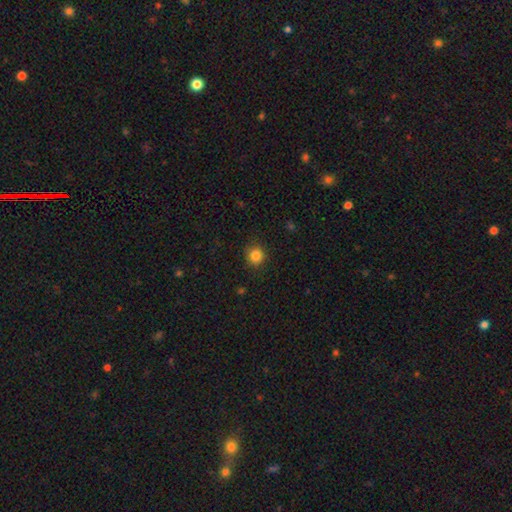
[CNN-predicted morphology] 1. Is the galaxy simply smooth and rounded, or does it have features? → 85% smooth, 11% star or artifact, 4% featured or disk.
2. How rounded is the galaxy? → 87% round, 12% in between, 1% cigar-shaped.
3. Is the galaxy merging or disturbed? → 87% none, 9% minor disturbance, 3% major disturbance, 1% merger.